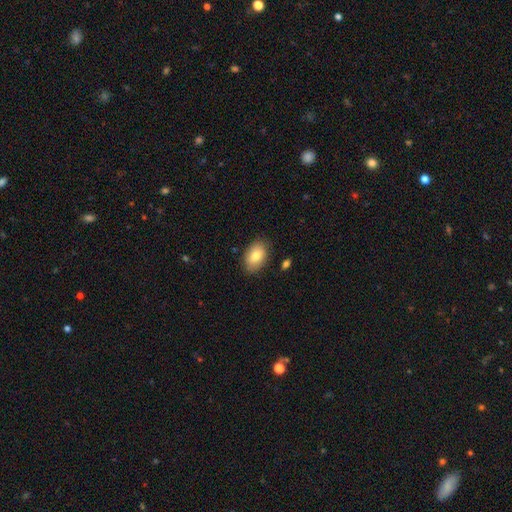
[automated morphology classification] This appears to be a smooth galaxy with no disk features (81%) that is in between round and cigar-shaped (87%). Merging: none (83%).